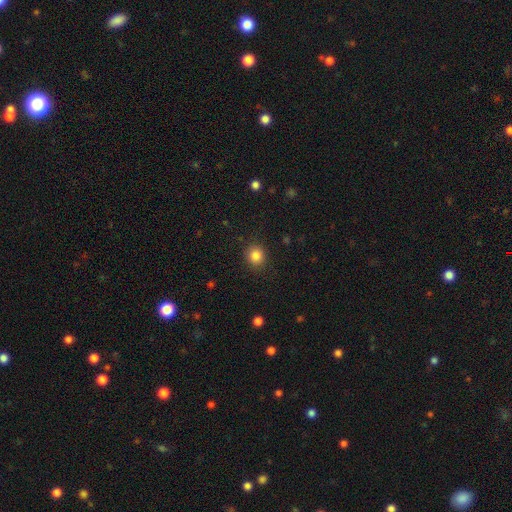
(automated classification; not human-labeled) Smooth or featured?
  - smooth: 84% *
  - star or artifact: 11%
  - featured or disk: 5%
How rounded?
  - round: 86% *
  - in between: 13%
  - cigar-shaped: 1%
Merging?
  - none: 89% *
  - minor disturbance: 7%
  - major disturbance: 2%
  - merger: 1%